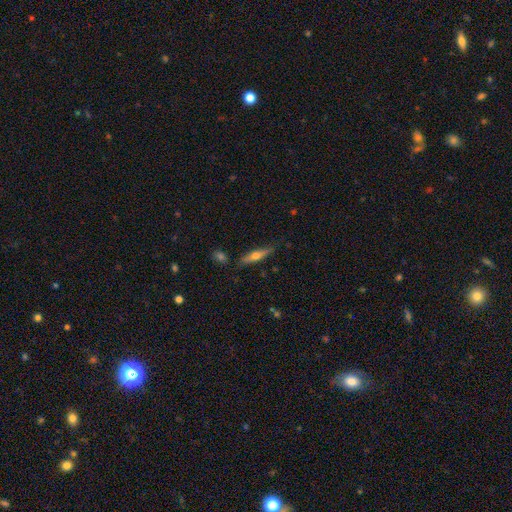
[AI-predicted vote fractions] Smooth or featured? featured or disk (47%)
Merging? none (85%)